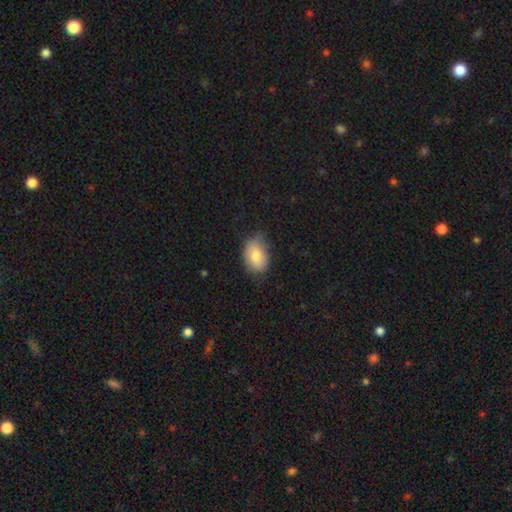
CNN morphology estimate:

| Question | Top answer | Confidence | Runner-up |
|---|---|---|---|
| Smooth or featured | smooth | 79% | featured or disk (15%) |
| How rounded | in between | 87% | round (12%) |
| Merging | none | 69% | minor disturbance (25%) |